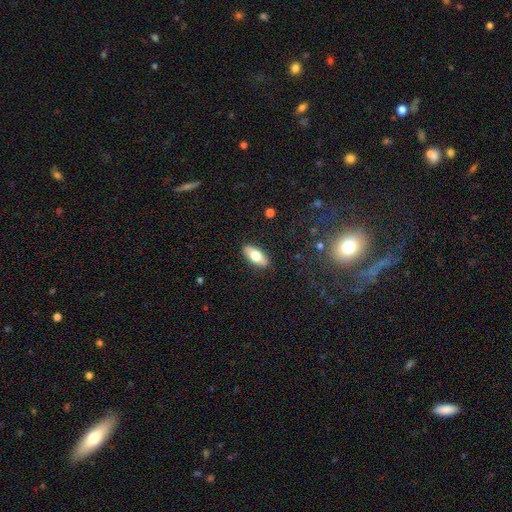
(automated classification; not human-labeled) Morphology: type=smooth (70%); roundness=in between (82%); merging=none (89%).